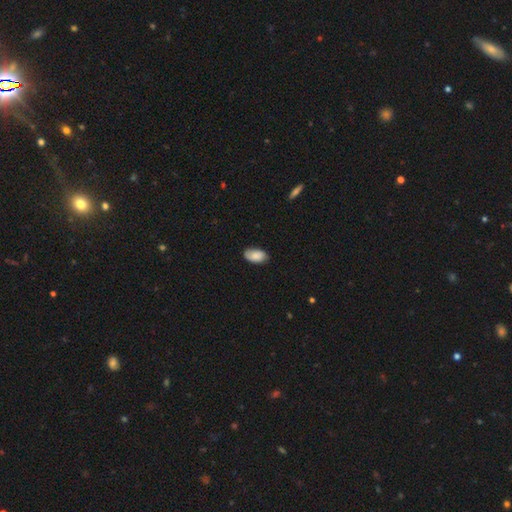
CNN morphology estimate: type=smooth (82%); roundness=in between (95%); merging=none (80%).